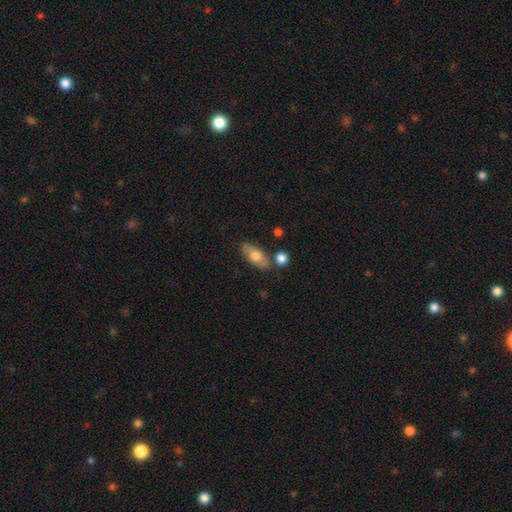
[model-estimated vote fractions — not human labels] This is likely a smooth galaxy (69%). How rounded: clearly in between (83%). Merging: likely none (75%).